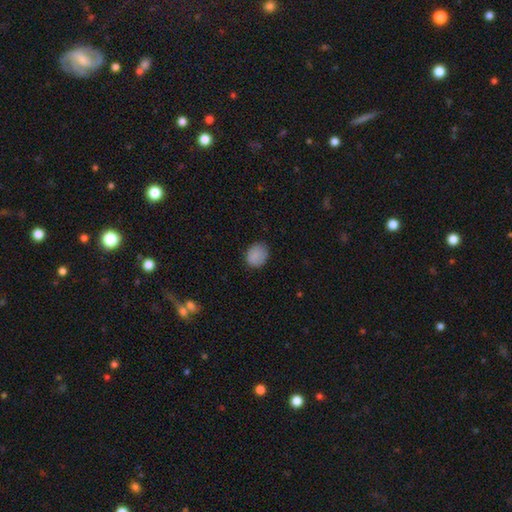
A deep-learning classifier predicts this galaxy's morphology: Smooth or featured: smooth — 86% (star or artifact — 9%)
How rounded: round — 63% (in between — 36%)
Merging: none — 80% (minor disturbance — 16%)